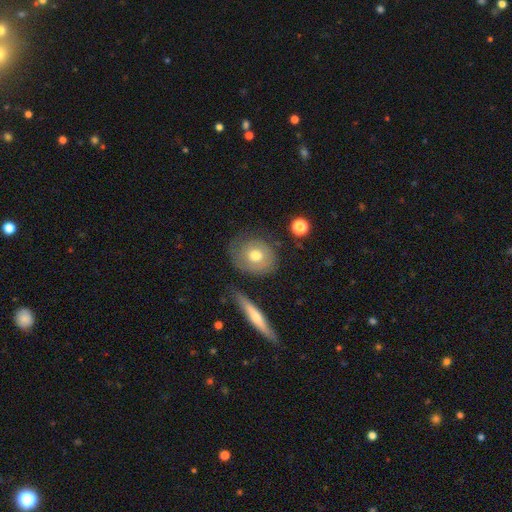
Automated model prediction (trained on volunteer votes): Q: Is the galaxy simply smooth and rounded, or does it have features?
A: smooth — 57%.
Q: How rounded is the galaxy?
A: round — 68%.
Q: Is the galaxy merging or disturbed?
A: none — 67%.